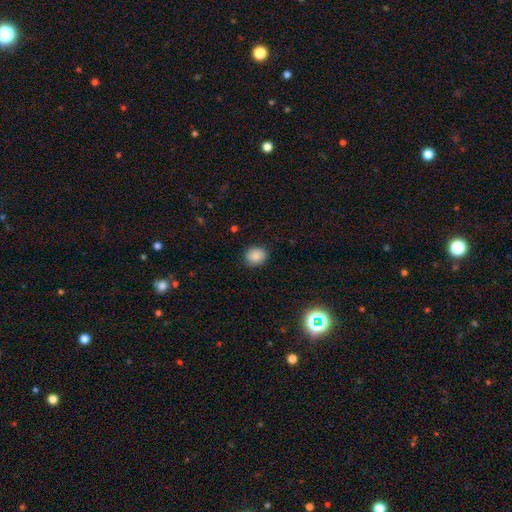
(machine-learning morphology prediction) Q: Smooth or featured?
A: smooth (87%); runner-up: star or artifact (9%)
Q: How rounded?
A: round (62%); runner-up: in between (37%)
Q: Merging?
A: none (86%); runner-up: minor disturbance (10%)